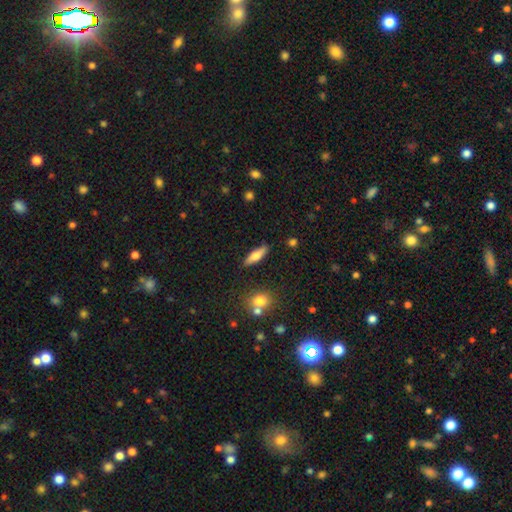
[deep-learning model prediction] Smooth or featured: smooth — 59% (featured or disk — 34%)
How rounded: cigar-shaped — 56% (in between — 41%)
Merging: none — 85% (minor disturbance — 10%)